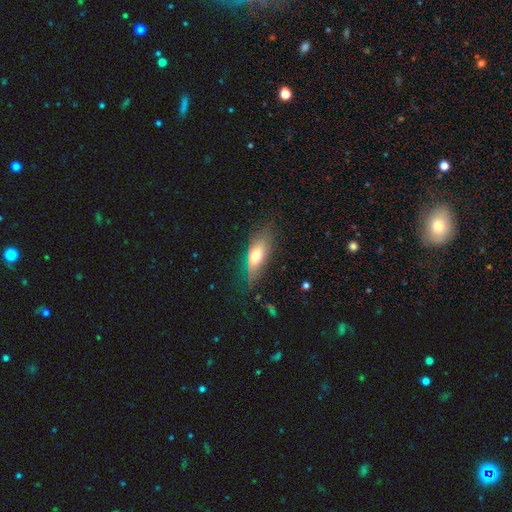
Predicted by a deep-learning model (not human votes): Smooth or featured?
  - smooth: 65% *
  - featured or disk: 26%
  - star or artifact: 8%
How rounded?
  - in between: 76% *
  - cigar-shaped: 19%
  - round: 5%
Merging?
  - none: 67% *
  - minor disturbance: 24%
  - major disturbance: 8%
  - merger: 2%